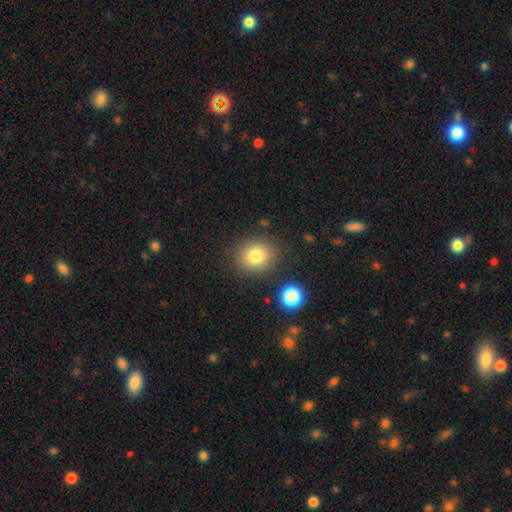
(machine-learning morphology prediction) The model was most divided on "how rounded": round: 81%, in between: 18%, cigar-shaped: 1%. More confident: merging — none (84%); smooth or featured — smooth (81%).